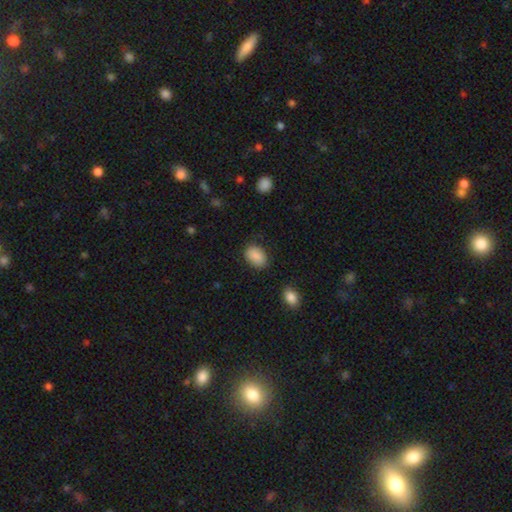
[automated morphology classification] type=smooth (89%); roundness=in between (81%); merging=none (81%).